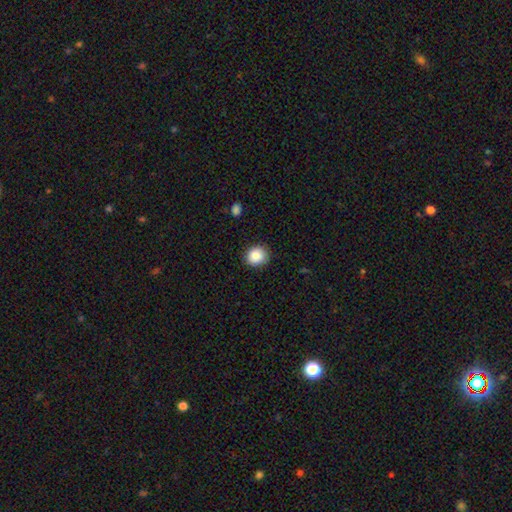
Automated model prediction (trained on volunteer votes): Smooth or featured: smooth — 87% (star or artifact — 9%)
How rounded: round — 78% (in between — 21%)
Merging: none — 87% (minor disturbance — 9%)